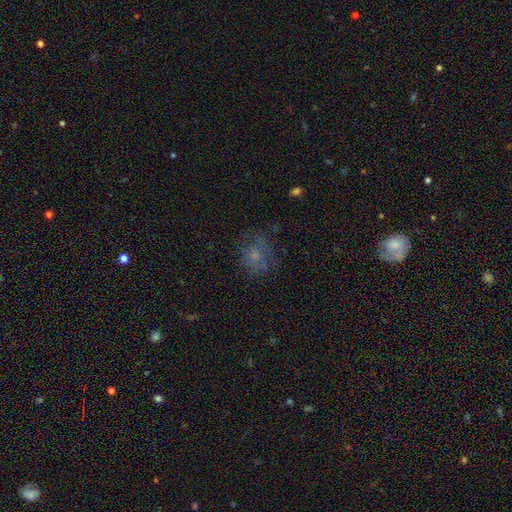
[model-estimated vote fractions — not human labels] Overall: smooth (57%; featured or disk 27%). How rounded: round (69%; in between 30%). Merging: none (61%; minor disturbance 21%).